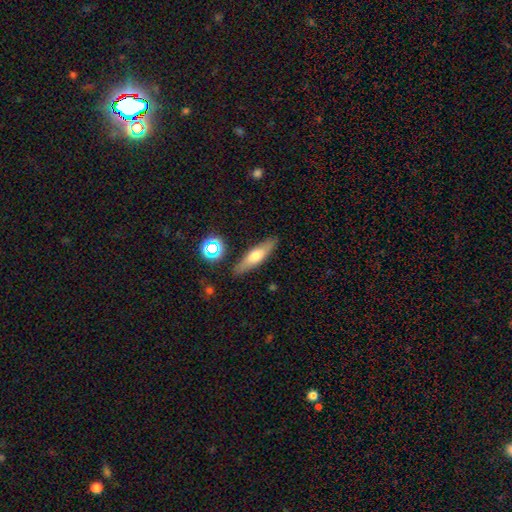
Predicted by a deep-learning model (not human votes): Overall: smooth (53%; featured or disk 39%). How rounded: cigar-shaped (68%; in between 29%). Merging: none (86%).